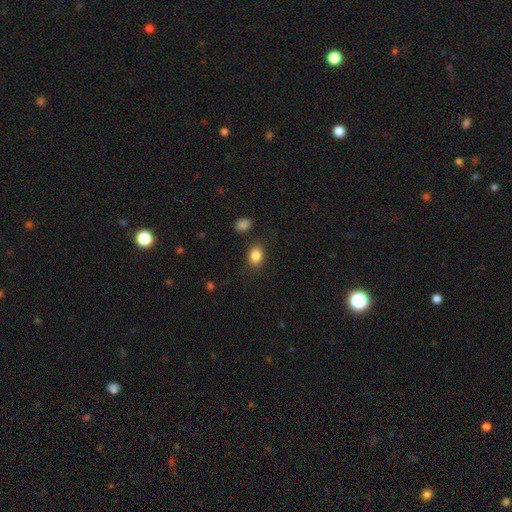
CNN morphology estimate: Overall: smooth (85%). How rounded: in between (65%; round 34%). Merging: none (81%).